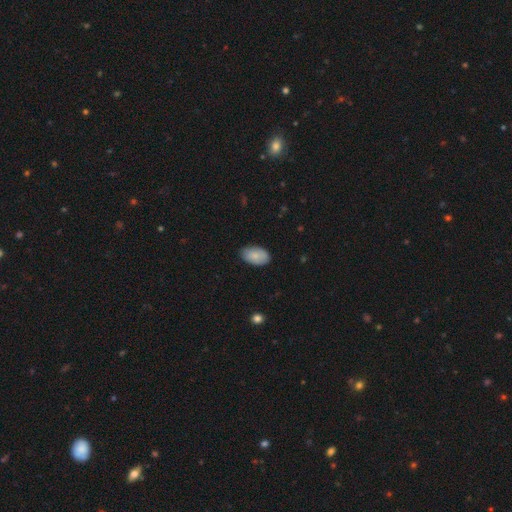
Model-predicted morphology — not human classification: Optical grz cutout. It shows a smooth galaxy with no disk features (82%) that is in between round and cigar-shaped (93%). Merging: none (83%).